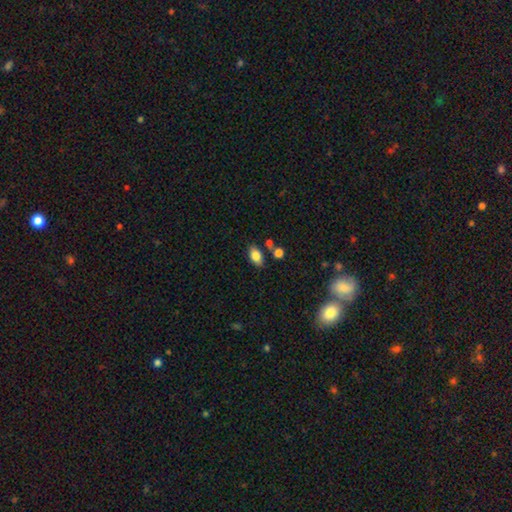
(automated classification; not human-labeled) smooth-or-featured: smooth: 81% | featured or disk: 10% | star or artifact: 9%
  how-rounded: in between: 89% | round: 7% | cigar-shaped: 4%
  merging: none: 76% | minor disturbance: 12% | merger: 9% | major disturbance: 3%